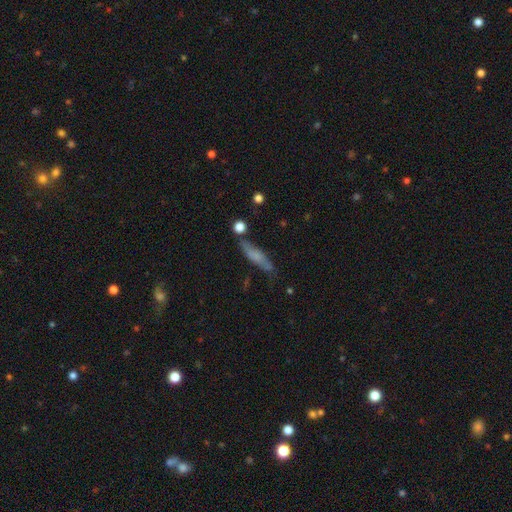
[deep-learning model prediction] smooth-or-featured: smooth: 56% | featured or disk: 35% | star or artifact: 9%
  how-rounded: cigar-shaped: 74% | in between: 23% | round: 3%
  merging: none: 69% | minor disturbance: 19% | merger: 6% | major disturbance: 6%